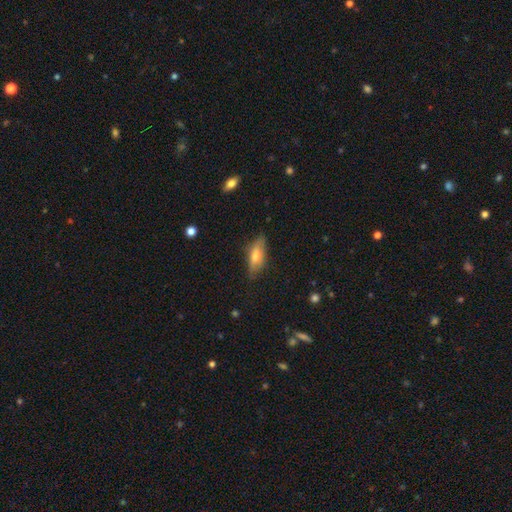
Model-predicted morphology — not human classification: Smooth or featured? smooth (64%)
How rounded? in between (61%)
Merging? none (77%)